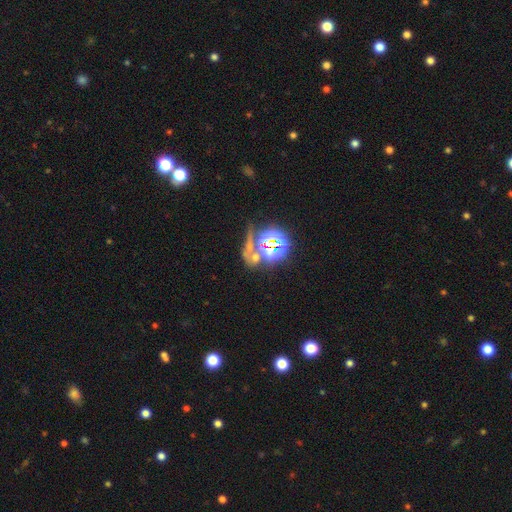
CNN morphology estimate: The model was most divided on "smooth or featured": star or artifact: 61%, smooth: 24%, featured or disk: 15%.